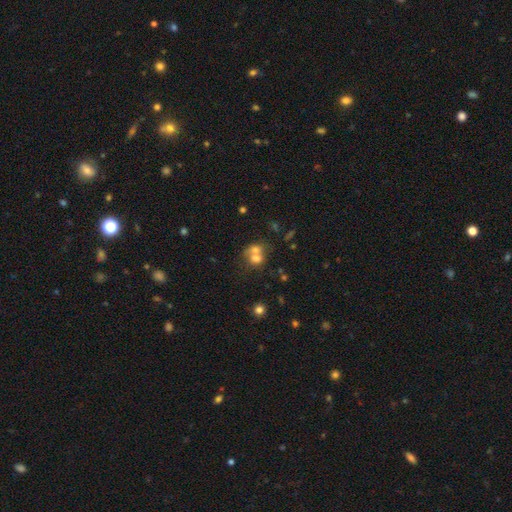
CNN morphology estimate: type=smooth (66%); roundness=round (61%); merging=merger (66%).